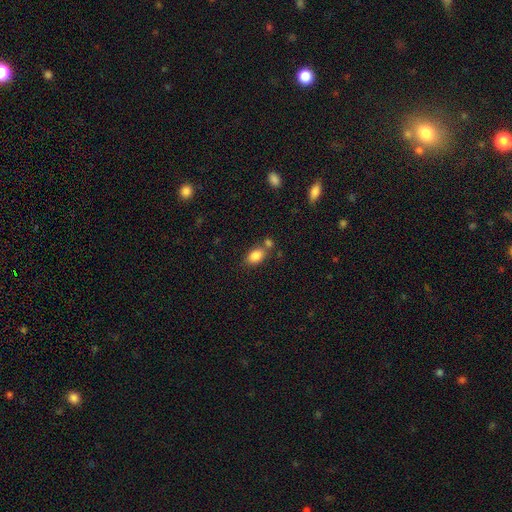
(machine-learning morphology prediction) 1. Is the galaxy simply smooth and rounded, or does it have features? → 85% smooth, 9% star or artifact, 6% featured or disk.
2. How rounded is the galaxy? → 84% in between, 14% round, 2% cigar-shaped.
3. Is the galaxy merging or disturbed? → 58% none, 26% merger, 13% minor disturbance, 4% major disturbance.